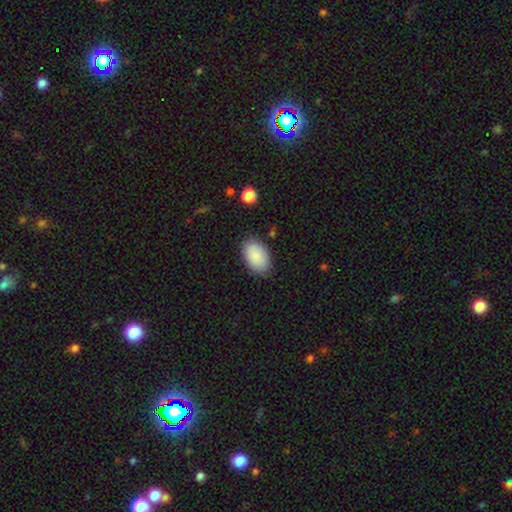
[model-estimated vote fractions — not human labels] The model was most divided on "merging": none: 84%, minor disturbance: 12%, major disturbance: 3%, merger: 1%. More confident: how rounded — in between (93%); smooth or featured — smooth (89%).